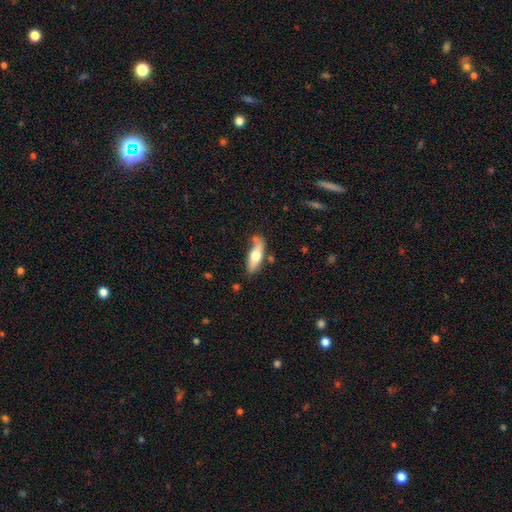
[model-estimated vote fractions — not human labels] The model was most divided on "how rounded": in between: 53%, cigar-shaped: 45%, round: 2%. More confident: merging — none (70%); smooth or featured — smooth (60%).